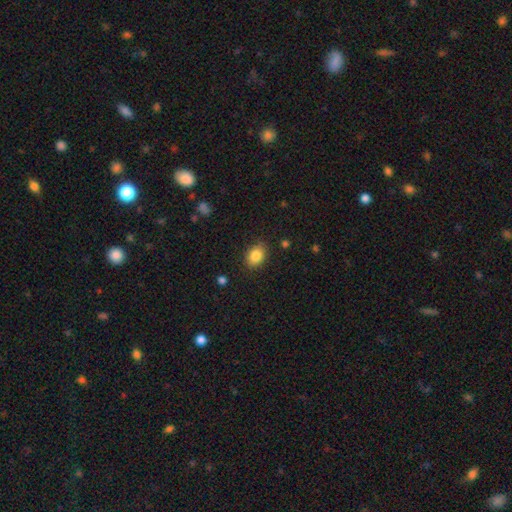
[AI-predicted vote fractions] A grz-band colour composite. It shows a smooth galaxy with no disk features (85%) that is in between round and cigar-shaped (71%). Merging: none (85%).